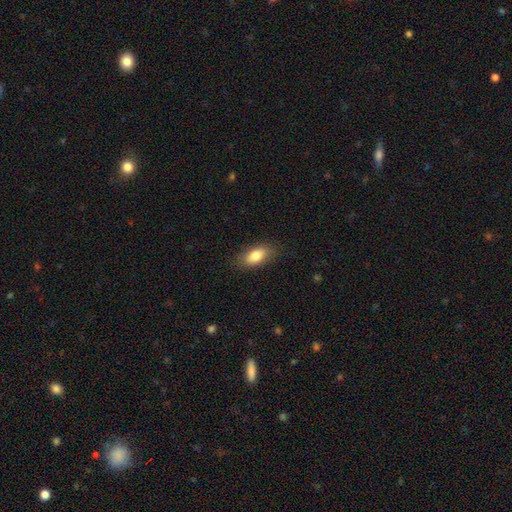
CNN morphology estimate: Smooth or featured?
  - smooth: 81% *
  - featured or disk: 12%
  - star or artifact: 7%
How rounded?
  - in between: 86% *
  - cigar-shaped: 10%
  - round: 4%
Merging?
  - none: 83% *
  - minor disturbance: 13%
  - major disturbance: 3%
  - merger: 1%